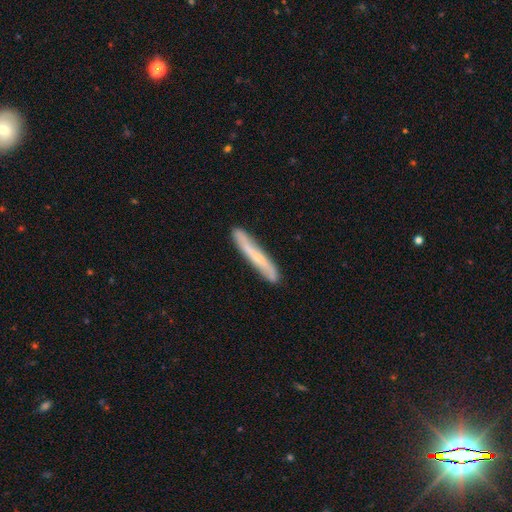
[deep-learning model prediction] The model was most divided on "smooth or featured": featured or disk: 58%, smooth: 36%, star or artifact: 6%. More confident: merging — none (86%); edge-on disk — yes (69%).